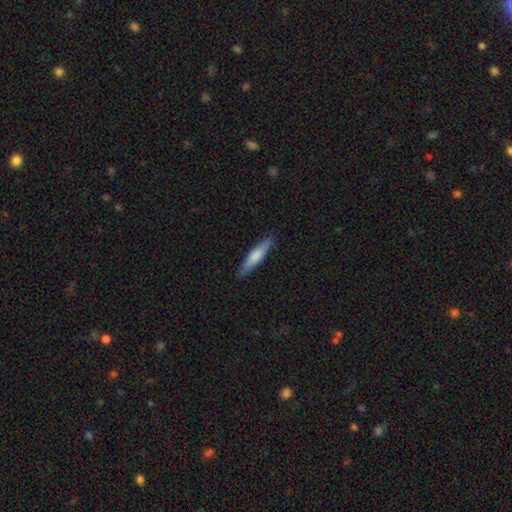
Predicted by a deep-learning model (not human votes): Smooth or featured? smooth (69%)
How rounded? cigar-shaped (86%)
Merging? none (88%)